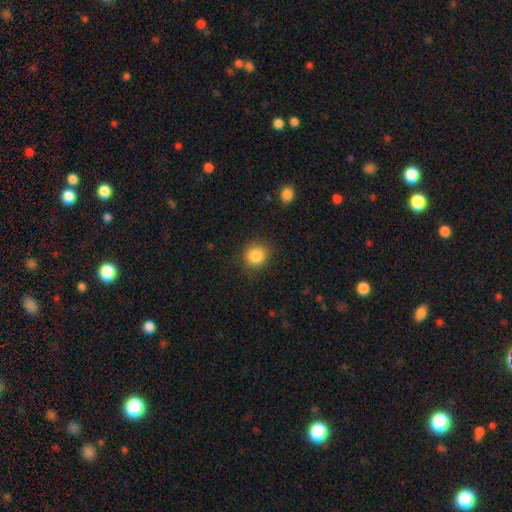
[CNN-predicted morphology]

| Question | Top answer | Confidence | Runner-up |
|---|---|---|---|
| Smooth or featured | smooth | 86% | star or artifact (10%) |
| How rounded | round | 83% | in between (16%) |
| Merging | none | 85% | minor disturbance (10%) |